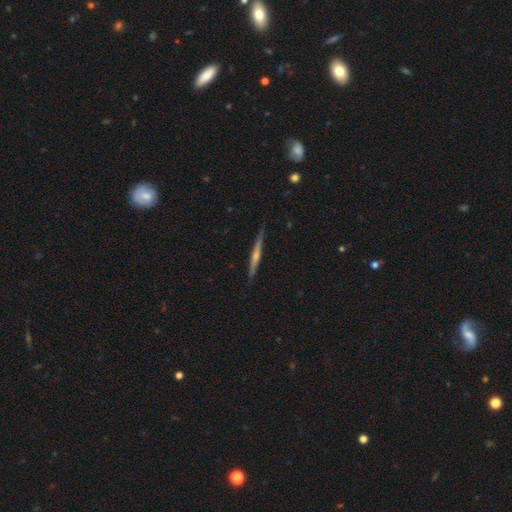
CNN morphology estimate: smooth_or_featured: featured or disk (p=0.65) [alt: smooth p=0.29]
disk_edge_on: yes (p=0.98) [alt: no p=0.02]
edge_on_bulge: rounded (p=0.62) [alt: none p=0.31]
merging: none (p=0.88) [alt: minor disturbance p=0.10]